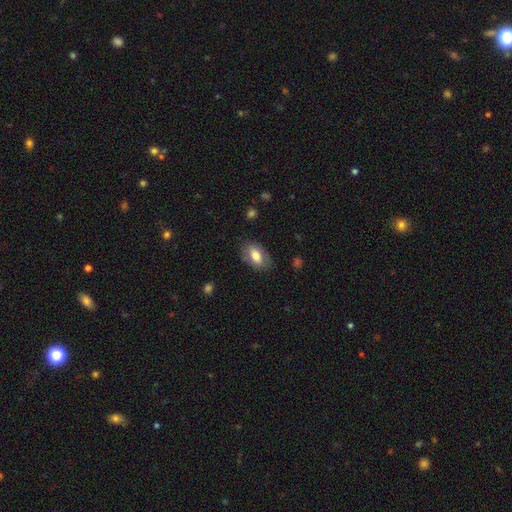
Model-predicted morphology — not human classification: This appears to be a smooth galaxy with no disk features (77%) that is in between round and cigar-shaped (92%). Merging: none (82%).